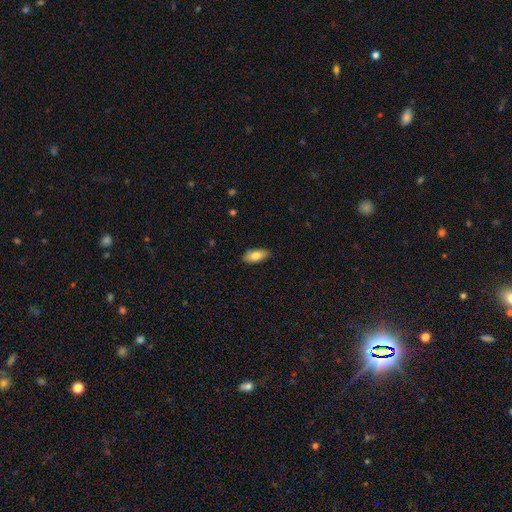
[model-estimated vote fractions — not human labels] The model was most divided on "smooth or featured": smooth: 78%, featured or disk: 16%, star or artifact: 7%. More confident: how rounded — in between (89%); merging — none (86%).